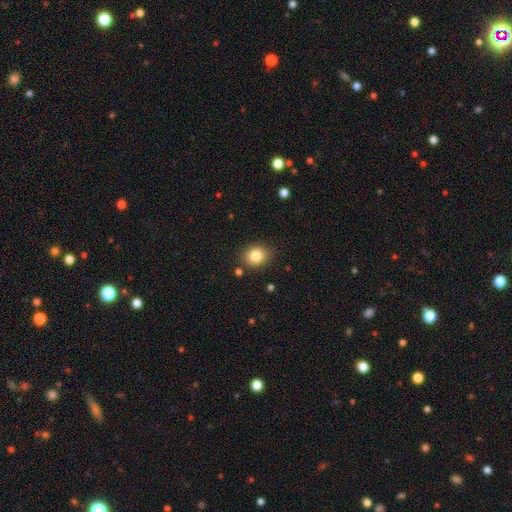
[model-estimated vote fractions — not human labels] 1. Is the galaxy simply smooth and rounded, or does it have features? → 83% smooth, 10% star or artifact, 7% featured or disk.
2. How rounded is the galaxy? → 67% round, 32% in between, 1% cigar-shaped.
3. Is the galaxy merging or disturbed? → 85% none, 10% minor disturbance, 3% major disturbance, 3% merger.